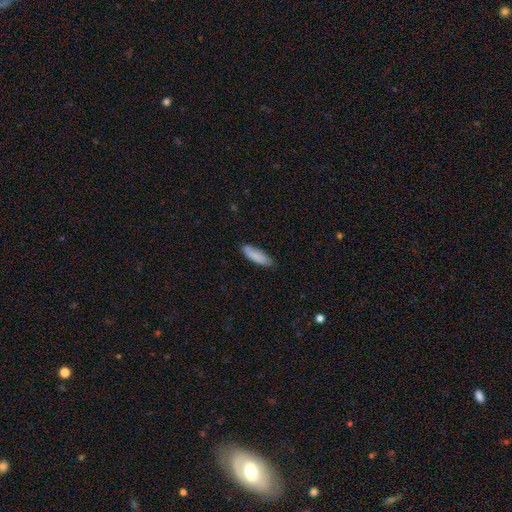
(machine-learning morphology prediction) A smooth galaxy with no disk features (84%) that is cigar-shaped (51%). Merging: none (74%).